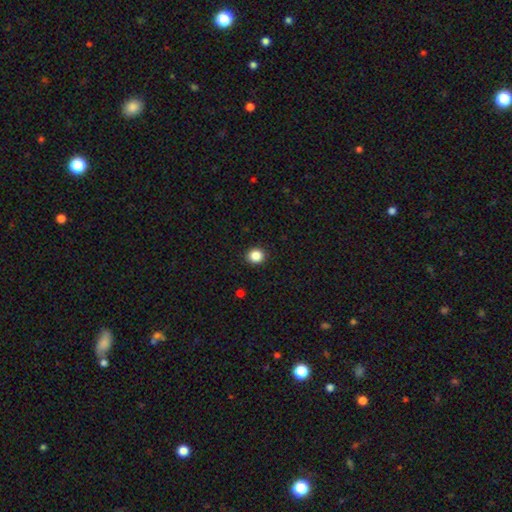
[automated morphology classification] smooth-or-featured: smooth: 86% | star or artifact: 11% | featured or disk: 3%
  how-rounded: round: 89% | in between: 10% | cigar-shaped: 1%
  merging: none: 93% | minor disturbance: 5% | major disturbance: 2% | merger: 1%